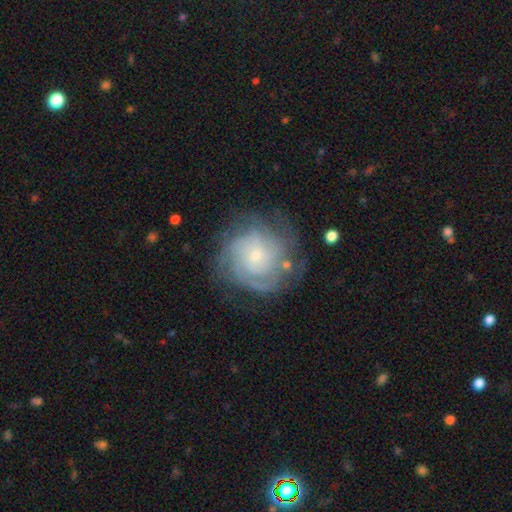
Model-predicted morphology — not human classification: type=featured or disk (76%); edge-on=no (97%); bar=no (74%); spiral arms=yes (91%); winding=tight (68%); arm count=can't tell (42%); bulge=small (70%); merging=none (70%).